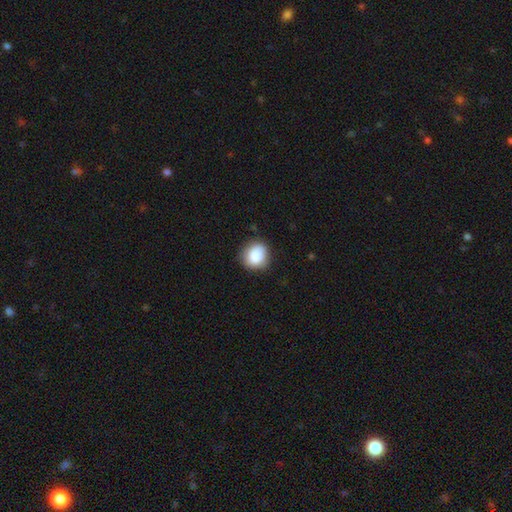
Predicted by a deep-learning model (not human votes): A smooth galaxy with no disk features (84%) that is round (81%). Merging: none (76%).